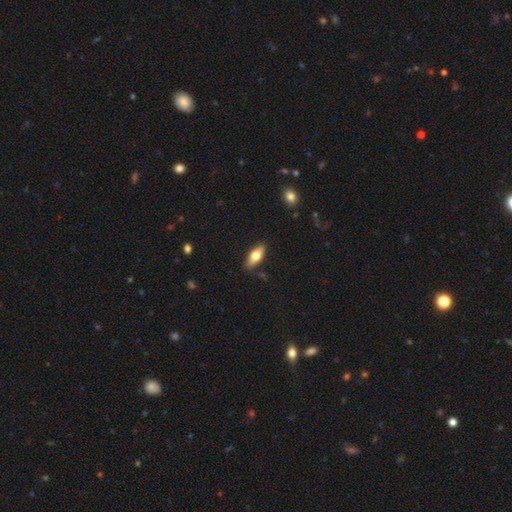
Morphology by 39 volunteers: Smooth or featured? 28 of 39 (72%) said smooth. How rounded? 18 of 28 (64%) said in between. Merging? 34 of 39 (87%) said none.